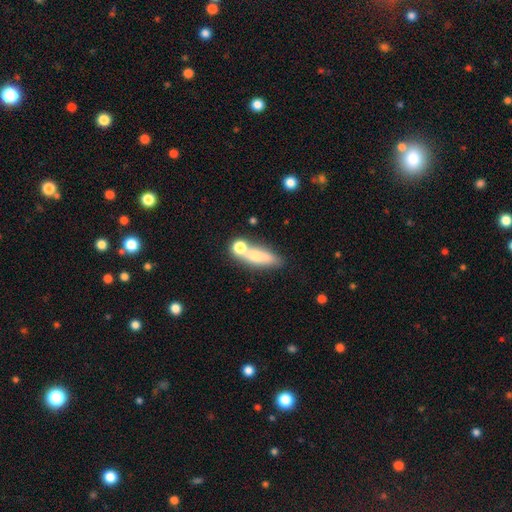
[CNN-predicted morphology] Smooth or featured?
  - smooth: 64% *
  - featured or disk: 26%
  - star or artifact: 10%
How rounded?
  - in between: 48% *
  - cigar-shaped: 43%
  - round: 10%
Merging?
  - none: 49% *
  - merger: 30%
  - minor disturbance: 14%
  - major disturbance: 7%